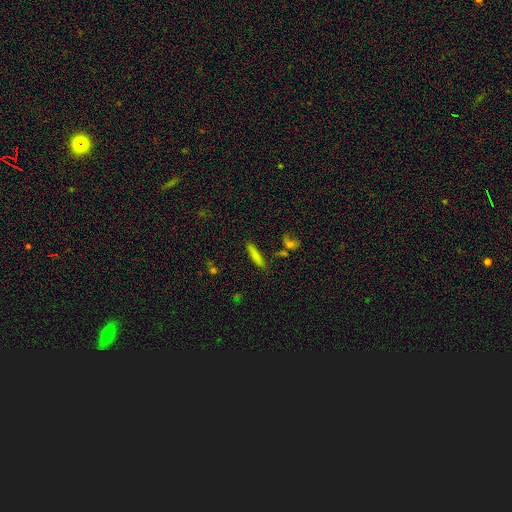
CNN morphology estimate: A smooth galaxy with no disk features (77%) that is cigar-shaped (84%).

Vote fractions:
- Smooth or featured? smooth: 77% / featured or disk: 14% / star or artifact: 9%
- How rounded? cigar-shaped: 84% / in between: 14% / round: 2%
- Merging? none: 81% / minor disturbance: 11% / merger: 5% / major disturbance: 3%